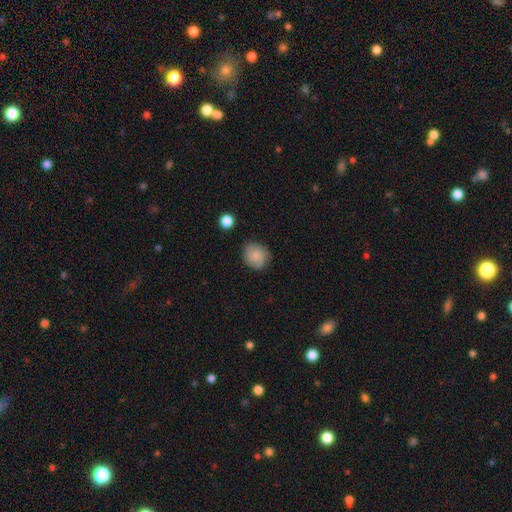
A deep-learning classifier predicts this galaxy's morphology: Smooth or featured: smooth — 61% (featured or disk — 31%)
How rounded: round — 77% (in between — 22%)
Merging: none — 81% (minor disturbance — 14%)